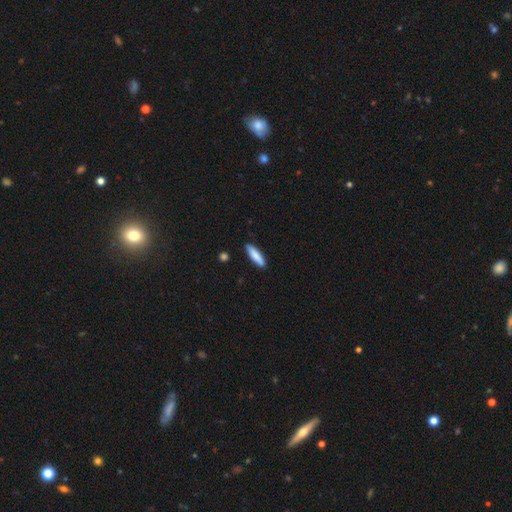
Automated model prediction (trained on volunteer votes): A smooth galaxy with no disk features (84%) that is cigar-shaped (69%).

Vote fractions:
- Smooth or featured? smooth: 84% / featured or disk: 11% / star or artifact: 6%
- How rounded? cigar-shaped: 69% / in between: 29% / round: 1%
- Merging? none: 87% / minor disturbance: 10% / major disturbance: 2% / merger: 2%